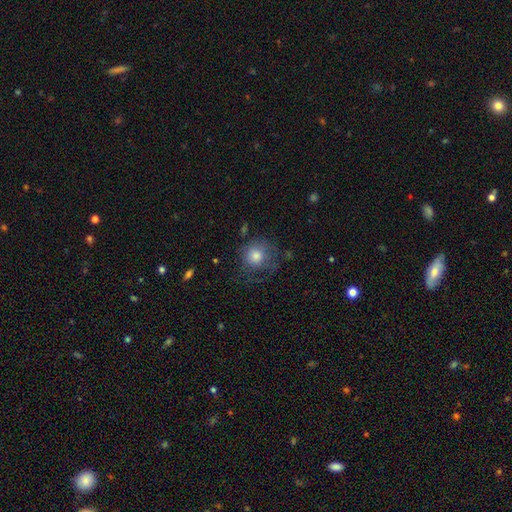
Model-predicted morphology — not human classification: Overall: smooth (72%). How rounded: round (86%). Merging: none (55%; minor disturbance 23%).